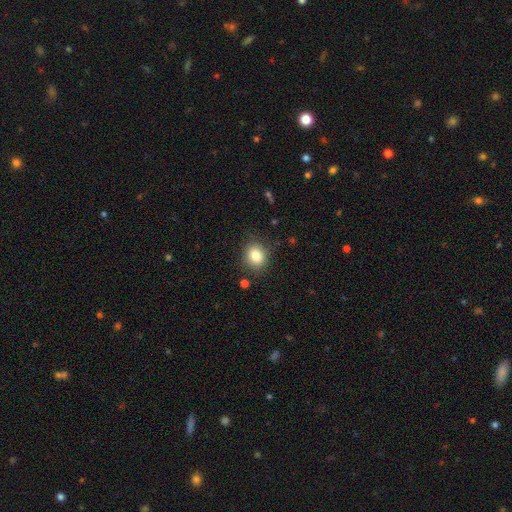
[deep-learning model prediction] This appears to be a smooth galaxy with no disk features (82%) that is round (65%). Merging: none (84%).